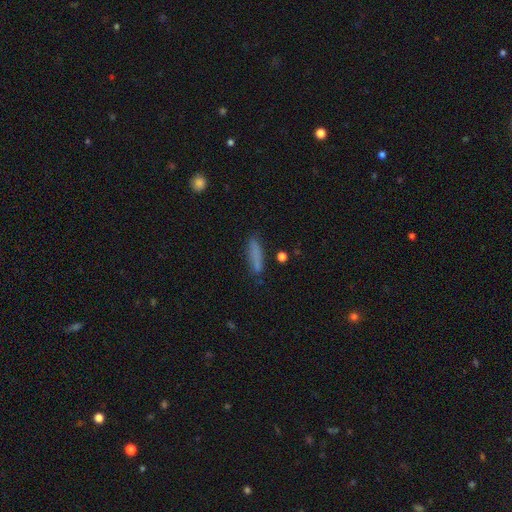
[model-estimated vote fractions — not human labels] Overall: smooth (79%). How rounded: cigar-shaped (77%). Merging: none (77%).